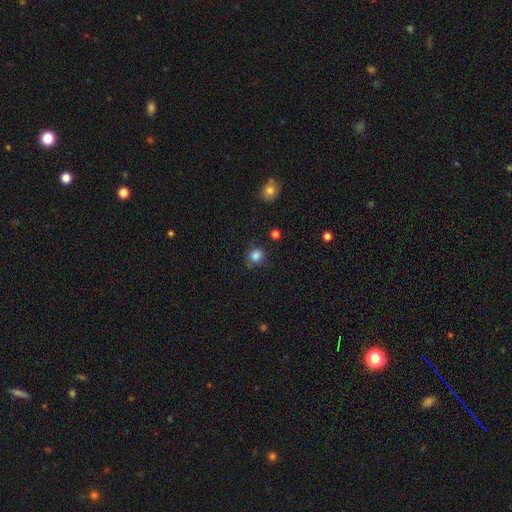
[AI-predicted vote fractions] This appears to be a smooth galaxy with no disk features (84%) that is round (73%). Merging: none (72%).